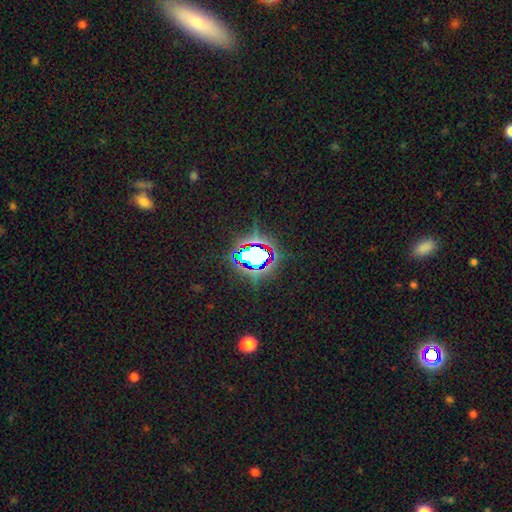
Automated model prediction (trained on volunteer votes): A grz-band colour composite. It shows a star or artifact, not a galaxy (69%).